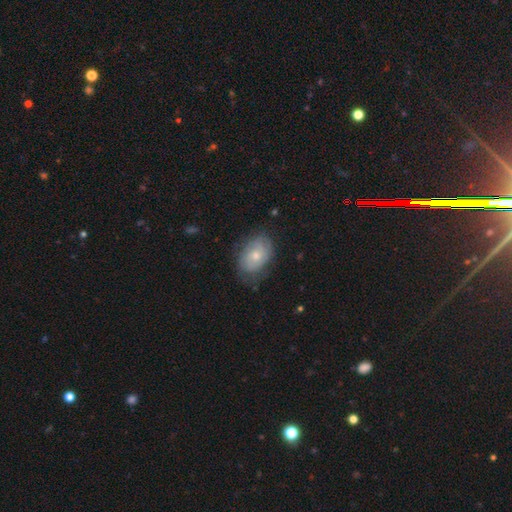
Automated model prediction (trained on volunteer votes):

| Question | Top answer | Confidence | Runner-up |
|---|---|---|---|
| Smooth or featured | featured or disk | 55% | smooth (39%) |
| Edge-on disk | no | 96% | yes (4%) |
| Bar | no | 78% | weak (19%) |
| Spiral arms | yes | 77% | no (23%) |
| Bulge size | moderate | 48% | small (46%) |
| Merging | none | 67% | minor disturbance (24%) |